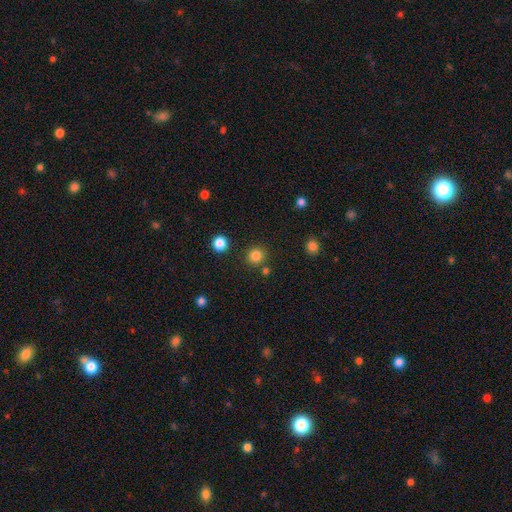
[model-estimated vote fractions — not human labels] Smooth or featured: smooth — 83% (star or artifact — 13%)
How rounded: round — 92% (in between — 7%)
Merging: none — 85% (minor disturbance — 6%)